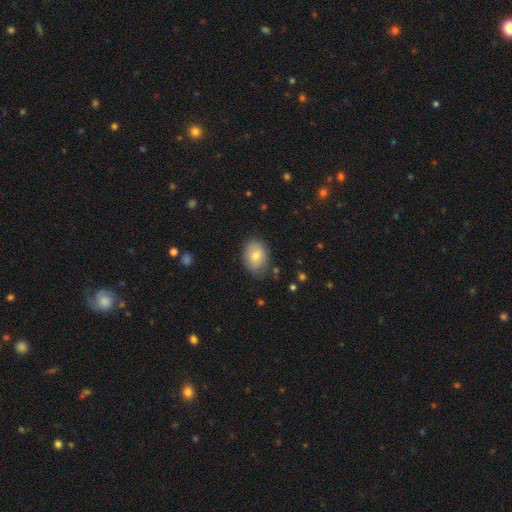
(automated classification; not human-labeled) Smooth or featured? Predicted: smooth (p=0.76). How rounded? Predicted: in between (p=0.69). Merging? Predicted: none (p=0.81).